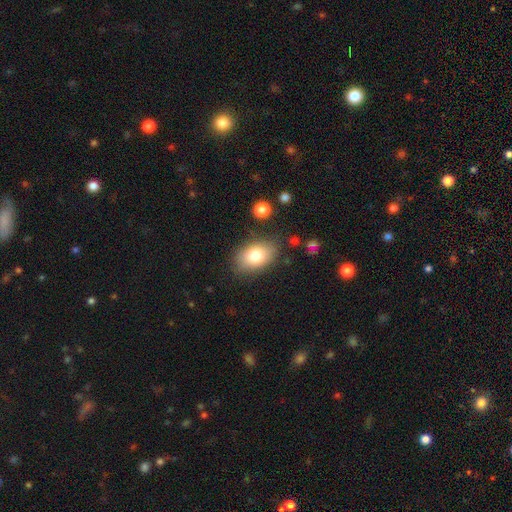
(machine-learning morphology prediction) smooth-or-featured: smooth: 80% | featured or disk: 12% | star or artifact: 8%
  how-rounded: in between: 86% | round: 13% | cigar-shaped: 1%
  merging: none: 79% | minor disturbance: 14% | major disturbance: 4% | merger: 3%